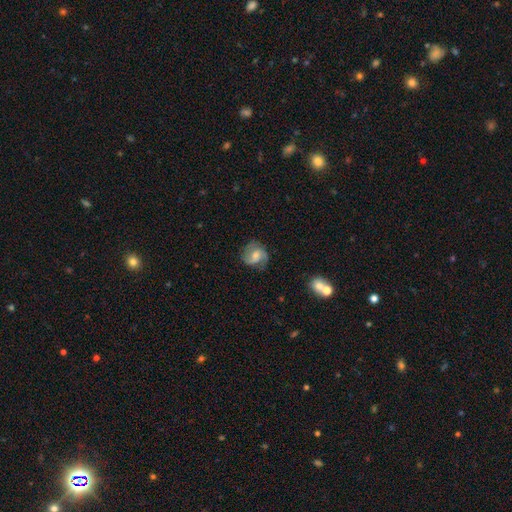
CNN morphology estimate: A featured or disk galaxy (67%) with a weak bar (49%), 2 (77%) medium (50%) spiral arms (93%) and a moderate central bulge (51%). Merging: none (70%).